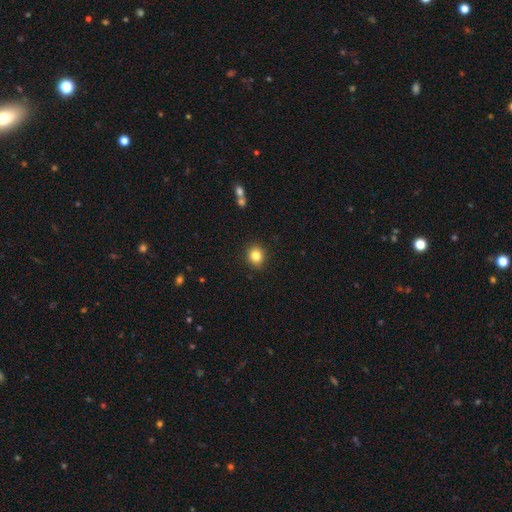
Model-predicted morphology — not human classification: type=smooth (83%); roundness=round (76%); merging=none (89%).